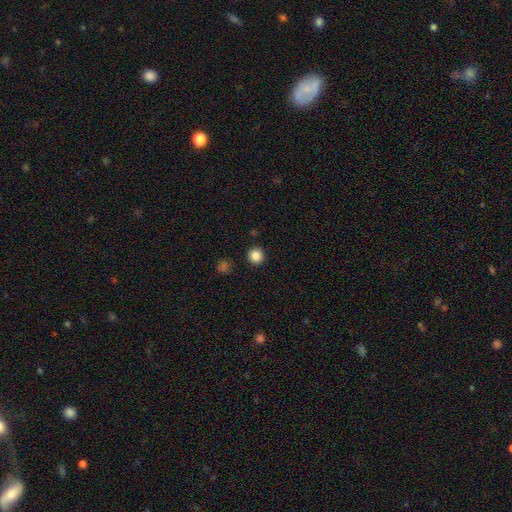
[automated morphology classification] Smooth or featured?
  - smooth: 85% *
  - star or artifact: 11%
  - featured or disk: 4%
How rounded?
  - round: 94% *
  - in between: 5%
  - cigar-shaped: 1%
Merging?
  - none: 92% *
  - minor disturbance: 5%
  - major disturbance: 2%
  - merger: 2%